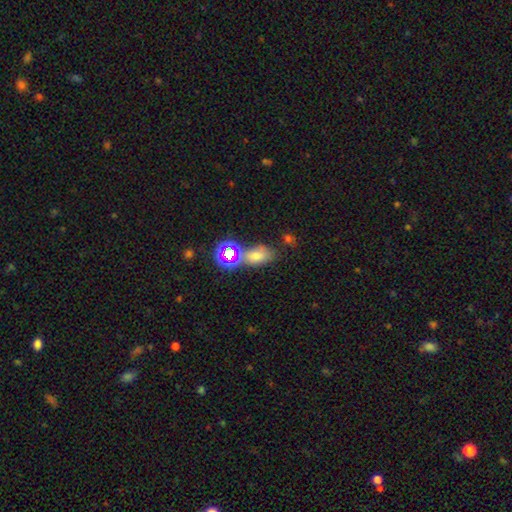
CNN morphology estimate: smooth_or_featured: smooth (p=0.52) [alt: star or artifact p=0.34]
how_rounded: in between (p=0.74) [alt: round p=0.21]
merging: none (p=0.55) [alt: merger p=0.23]